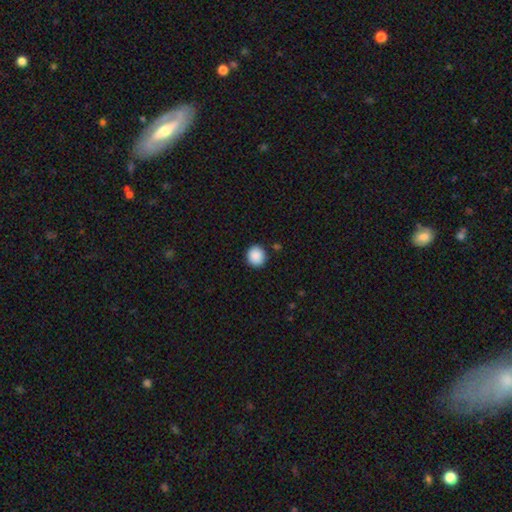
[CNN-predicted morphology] Q: Smooth or featured?
A: smooth (89%); runner-up: star or artifact (8%)
Q: How rounded?
A: round (90%); runner-up: in between (9%)
Q: Merging?
A: none (90%); runner-up: minor disturbance (6%)